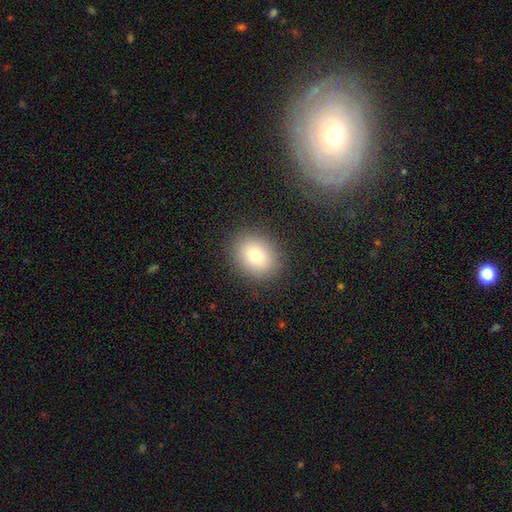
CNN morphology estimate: Smooth or featured: smooth — 78% (star or artifact — 12%)
How rounded: round — 64% (in between — 35%)
Merging: none — 88% (minor disturbance — 7%)